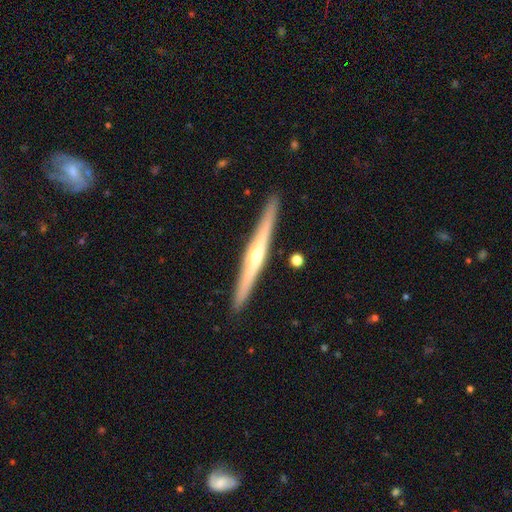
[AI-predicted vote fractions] Morphology: type=featured or disk (77%); edge-on=yes (98%); edge-on bulge=rounded (84%); merging=none (91%).